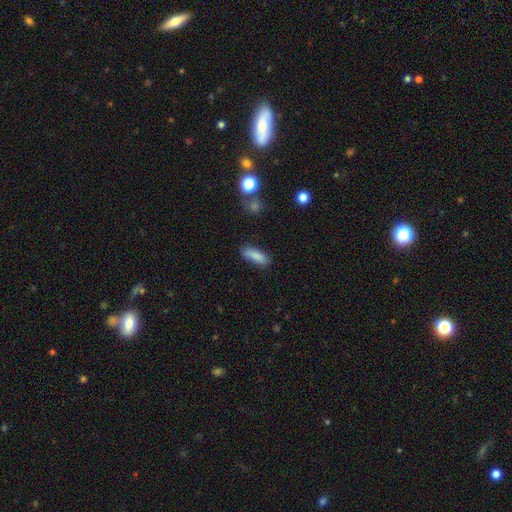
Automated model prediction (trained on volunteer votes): Smooth or featured?
  - smooth: 85% *
  - star or artifact: 8%
  - featured or disk: 7%
How rounded?
  - in between: 56% *
  - cigar-shaped: 42%
  - round: 2%
Merging?
  - none: 74% *
  - minor disturbance: 18%
  - major disturbance: 4%
  - merger: 3%